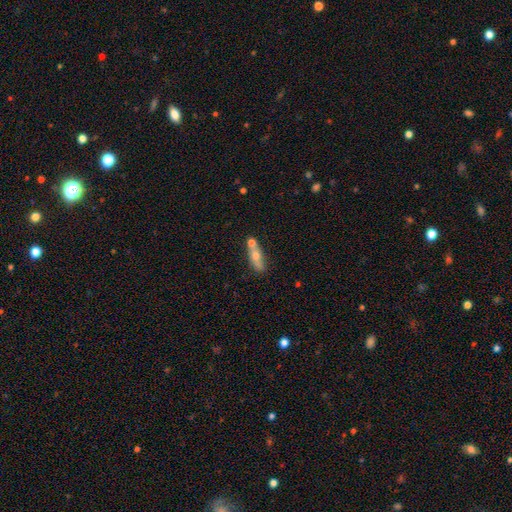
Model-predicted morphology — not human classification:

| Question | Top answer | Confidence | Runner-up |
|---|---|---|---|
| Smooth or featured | smooth | 56% | featured or disk (36%) |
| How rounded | in between | 48% | cigar-shaped (47%) |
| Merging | none | 49% | merger (32%) |